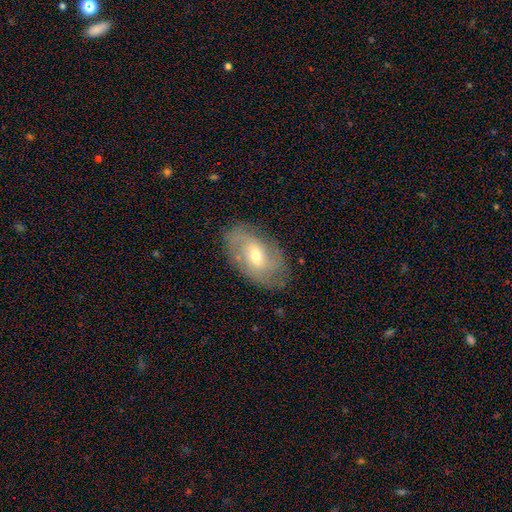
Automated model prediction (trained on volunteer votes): A featured or disk galaxy (61%) with no bar (49%), spiral arms (76%) and a moderate central bulge (55%).

Vote fractions:
- Smooth or featured? featured or disk: 61% / smooth: 32% / star or artifact: 7%
- Edge-on disk? no: 93% / yes: 7%
- Bar? no: 49% / weak: 42% / strong: 10%
- Spiral arms? yes: 76% / no: 24%
- Bulge size? moderate: 55% / small: 40% / large: 4% / none: 1% / dominant: 1%
- Merging? none: 77% / minor disturbance: 17% / major disturbance: 5% / merger: 1%